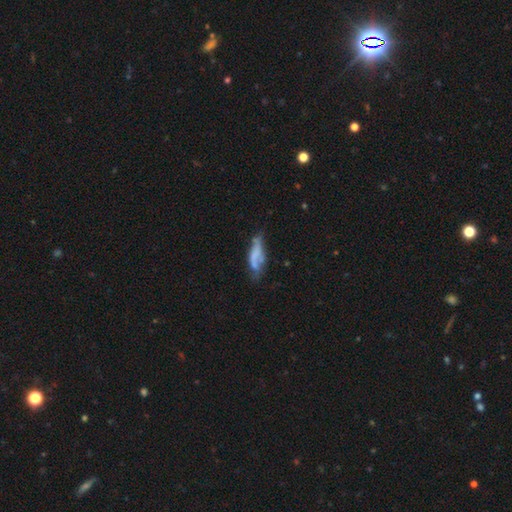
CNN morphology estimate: This is possibly a smooth galaxy (47%). Merging: marginally none (37%).